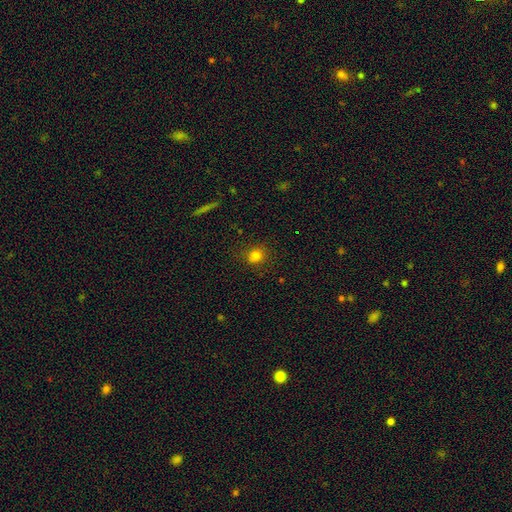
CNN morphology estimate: Smooth or featured?
  - smooth: 79% *
  - star or artifact: 15%
  - featured or disk: 7%
How rounded?
  - round: 77% *
  - in between: 21%
  - cigar-shaped: 1%
Merging?
  - none: 84% *
  - minor disturbance: 11%
  - major disturbance: 3%
  - merger: 2%